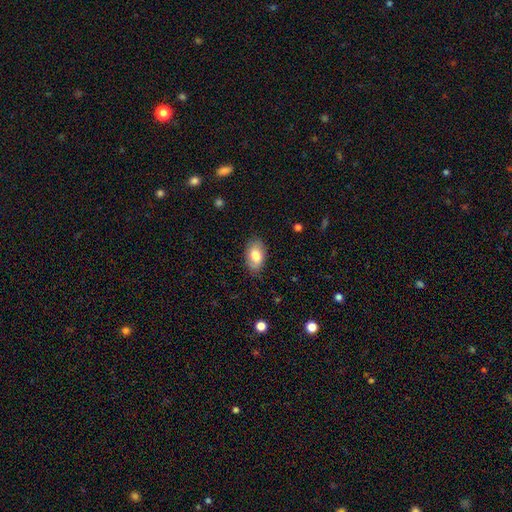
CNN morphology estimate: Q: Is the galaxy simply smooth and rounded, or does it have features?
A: smooth — 77%.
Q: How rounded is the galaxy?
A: in between — 93%.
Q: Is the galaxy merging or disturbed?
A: none — 79%.